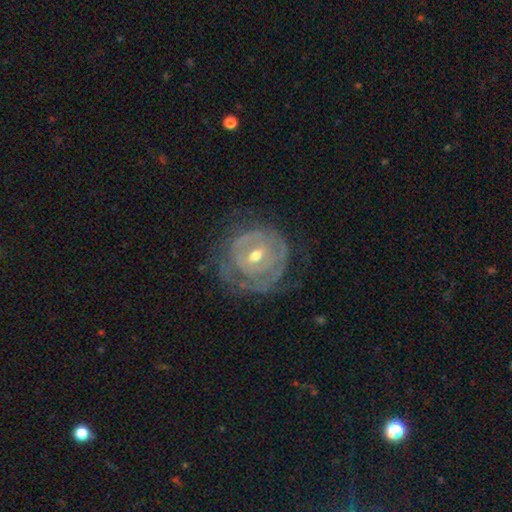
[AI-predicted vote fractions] Smooth or featured: featured or disk — 78% (smooth — 16%)
Edge-on disk: no — 96% (yes — 4%)
Bar: weak — 46% (no — 38%)
Spiral arms: yes — 71% (no — 29%)
Spiral winding: tight — 73% (medium — 18%)
Spiral arm count: can't tell — 53% (2 — 20%)
Bulge size: moderate — 63% (small — 33%)
Merging: none — 61% (minor disturbance — 21%)